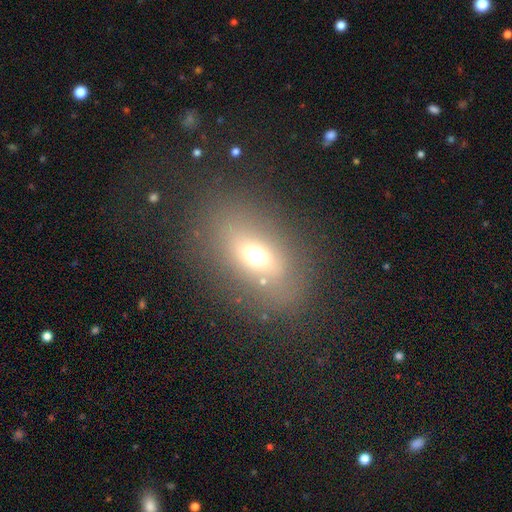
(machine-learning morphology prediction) The model was most divided on "smooth or featured": smooth: 60%, star or artifact: 20%, featured or disk: 19%. More confident: merging — none (78%); how rounded — in between (72%).